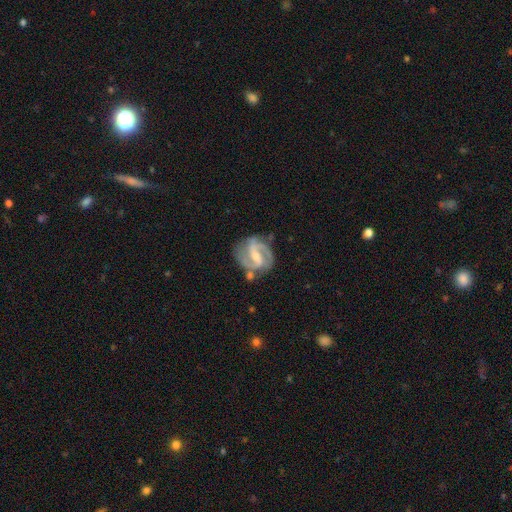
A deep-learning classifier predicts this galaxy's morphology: Smooth or featured? Predicted: featured or disk (p=0.89). Edge-on disk? Predicted: no (p=0.98). Bar? Predicted: weak (p=0.44). Spiral arms? Predicted: yes (p=0.97). Spiral winding? Predicted: medium (p=0.57). Spiral arm count? Predicted: 2 (p=0.84). Bulge size? Predicted: small (p=0.50). Merging? Predicted: none (p=0.67).